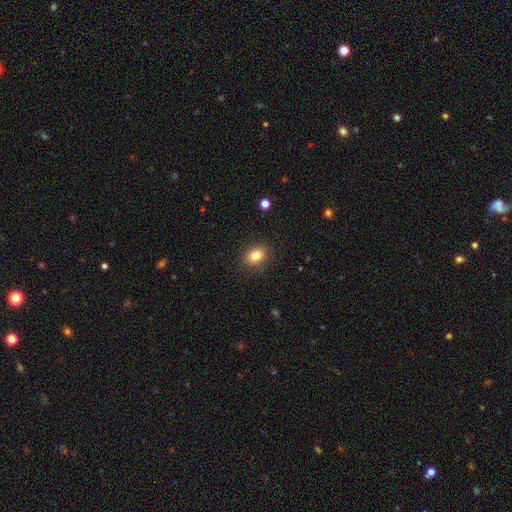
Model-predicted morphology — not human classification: This appears to be a smooth galaxy with no disk features (83%) that is in between round and cigar-shaped (61%). Merging: none (88%).